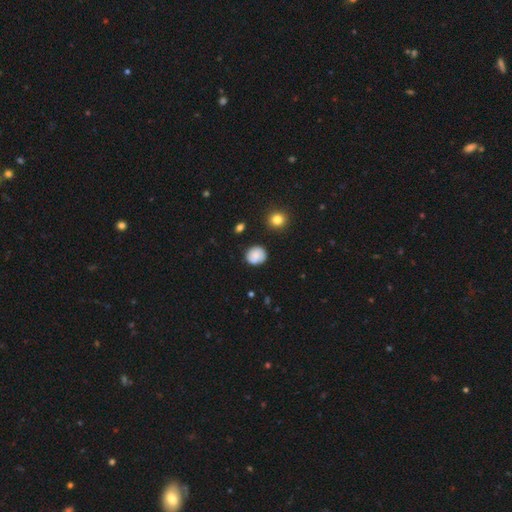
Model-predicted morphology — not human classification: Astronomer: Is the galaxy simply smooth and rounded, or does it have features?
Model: smooth — 76%.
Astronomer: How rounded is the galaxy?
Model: round — 81%.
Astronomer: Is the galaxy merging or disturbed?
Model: none — 79%.